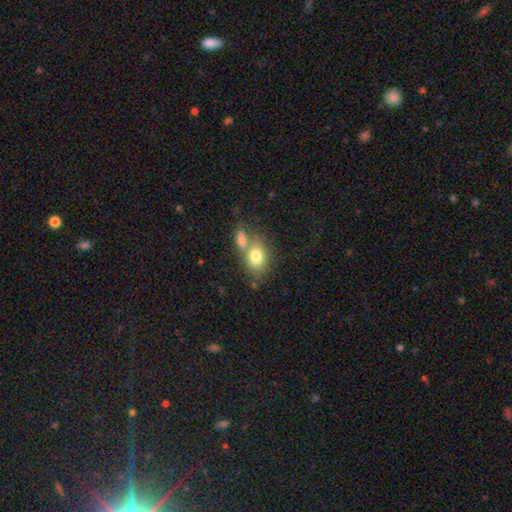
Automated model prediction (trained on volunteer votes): Q: Smooth or featured?
A: smooth (77%); runner-up: featured or disk (15%)
Q: How rounded?
A: in between (73%); runner-up: round (24%)
Q: Merging?
A: merger (42%); runner-up: none (41%)